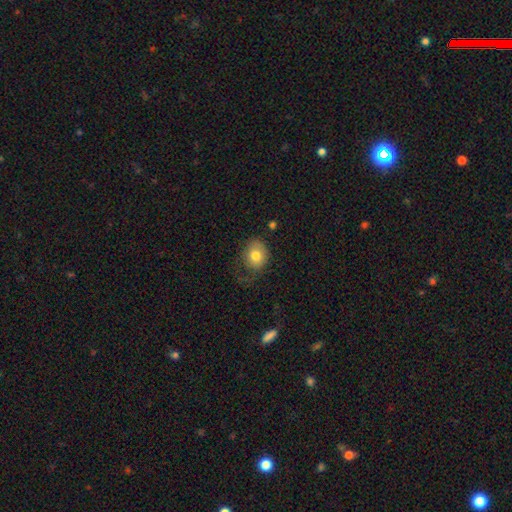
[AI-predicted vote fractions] The model was most divided on "how rounded": round: 58%, in between: 41%, cigar-shaped: 1%. Remaining: smooth or featured — smooth (77%); merging — none (48%).